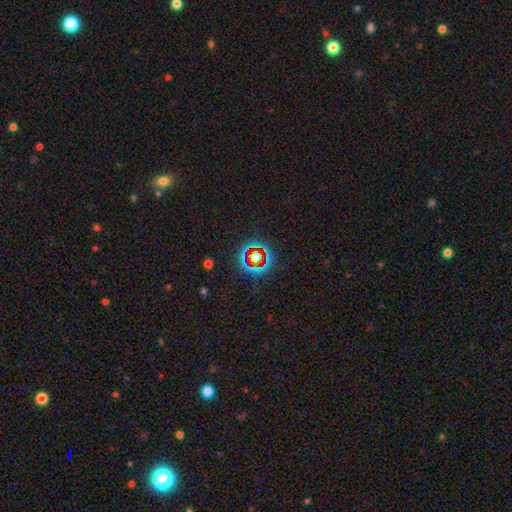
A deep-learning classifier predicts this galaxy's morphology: smooth-or-featured: star or artifact: 73% | smooth: 16% | featured or disk: 11%